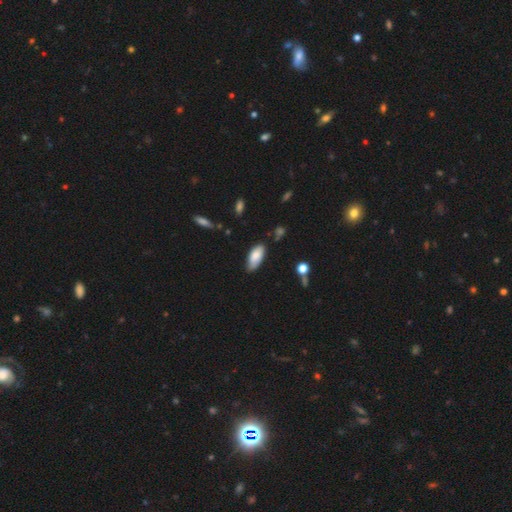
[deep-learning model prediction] The model was most divided on "merging": none: 70%, minor disturbance: 24%, major disturbance: 4%, merger: 2%. More confident: how rounded — in between (87%); smooth or featured — smooth (80%).